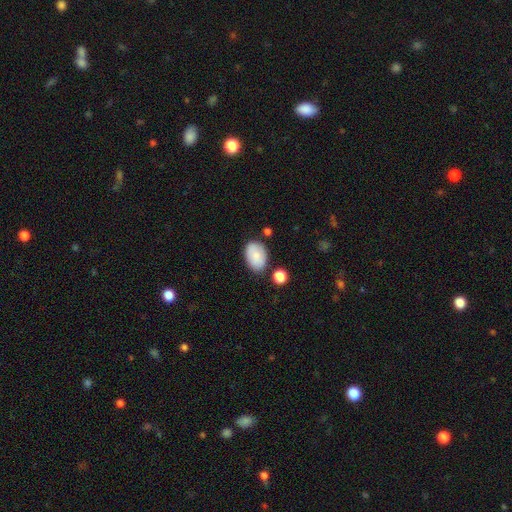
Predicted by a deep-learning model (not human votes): Smooth or featured: smooth — 81% (featured or disk — 12%)
How rounded: in between — 87% (round — 12%)
Merging: none — 72% (minor disturbance — 18%)